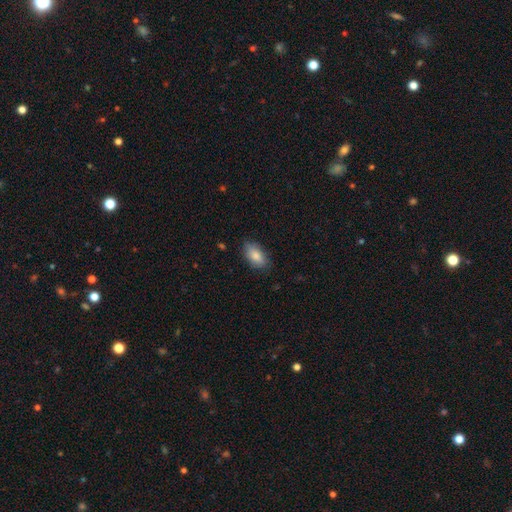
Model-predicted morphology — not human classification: type=smooth (85%); roundness=in between (92%); merging=none (81%).